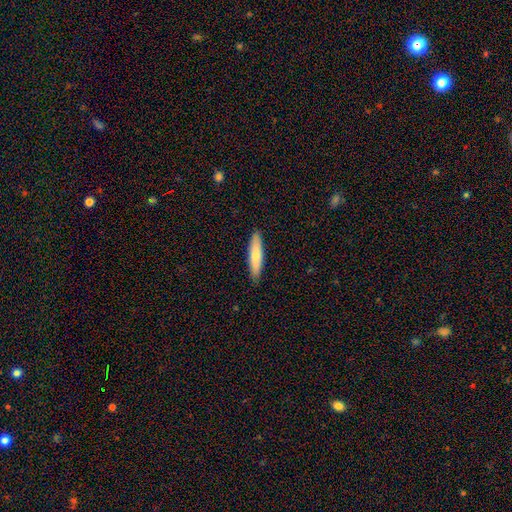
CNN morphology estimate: The model was most divided on "smooth or featured": smooth: 74%, featured or disk: 21%, star or artifact: 5%. More confident: merging — none (90%); how rounded — cigar-shaped (82%).